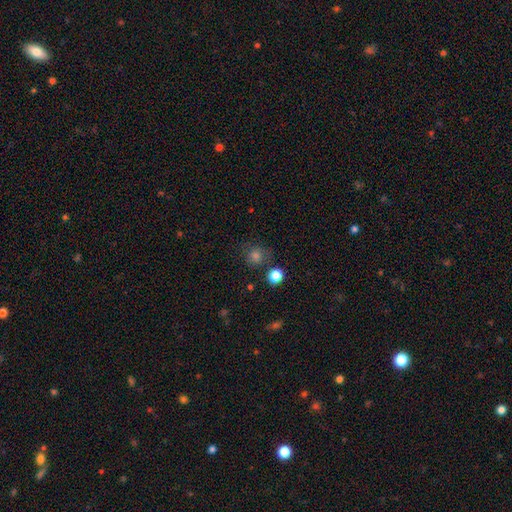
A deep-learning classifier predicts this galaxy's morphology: Smooth or featured? smooth (72%)
How rounded? round (88%)
Merging? none (75%)